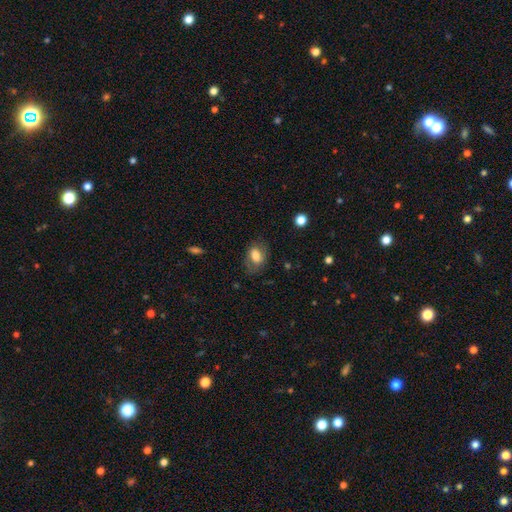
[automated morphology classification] type=smooth (73%); roundness=in between (81%); merging=none (65%).